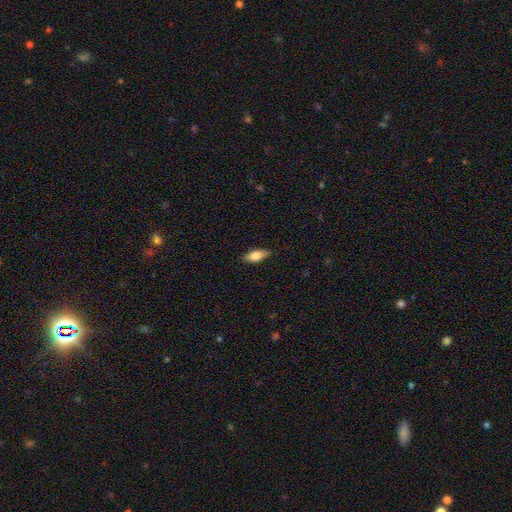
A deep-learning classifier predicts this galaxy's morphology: smooth 73%, featured or disk 21%, star or artifact 6%. Down the decision tree: how rounded — in between (71%); merging — none (86%).